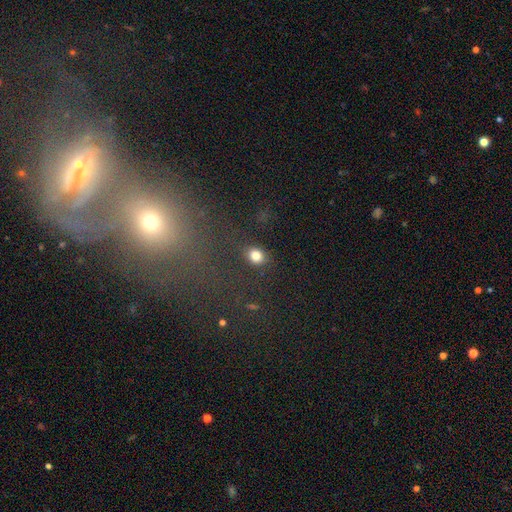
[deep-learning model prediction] Morphology: type=smooth (81%); roundness=round (51%); merging=none (83%).